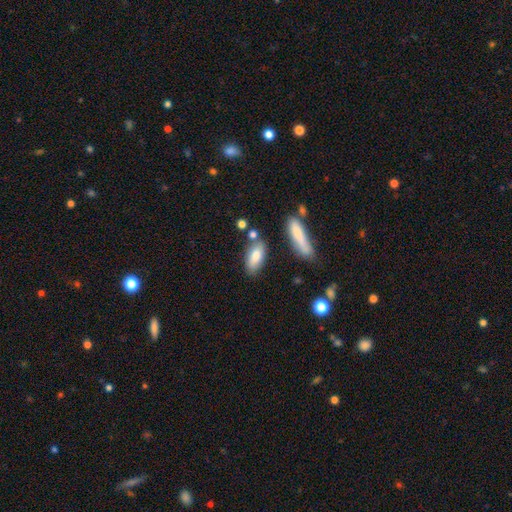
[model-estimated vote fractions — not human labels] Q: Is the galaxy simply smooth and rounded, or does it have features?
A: smooth — 78%.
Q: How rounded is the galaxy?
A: in between — 80%.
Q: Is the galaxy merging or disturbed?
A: none — 69%.